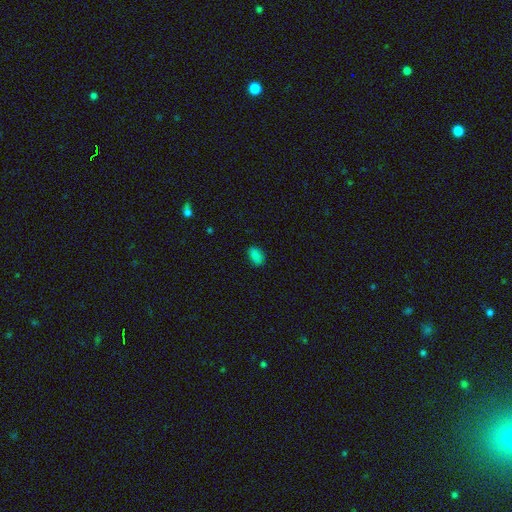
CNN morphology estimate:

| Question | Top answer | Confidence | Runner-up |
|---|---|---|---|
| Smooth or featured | smooth | 84% | star or artifact (12%) |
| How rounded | in between | 91% | round (6%) |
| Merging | none | 84% | minor disturbance (12%) |